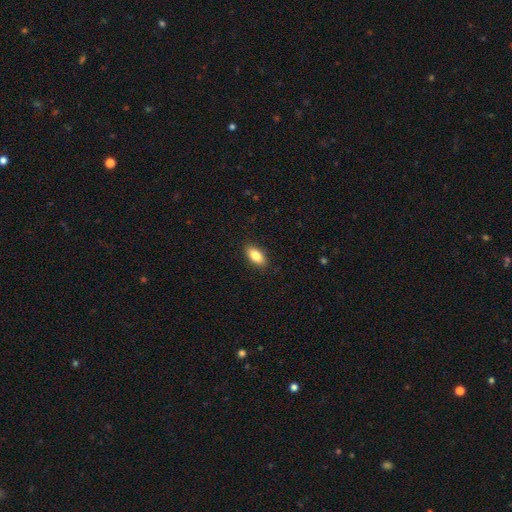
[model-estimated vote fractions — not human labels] smooth-or-featured: smooth: 85% | featured or disk: 8% | star or artifact: 7%
  how-rounded: in between: 89% | cigar-shaped: 7% | round: 3%
  merging: none: 89% | minor disturbance: 8% | major disturbance: 2% | merger: 1%